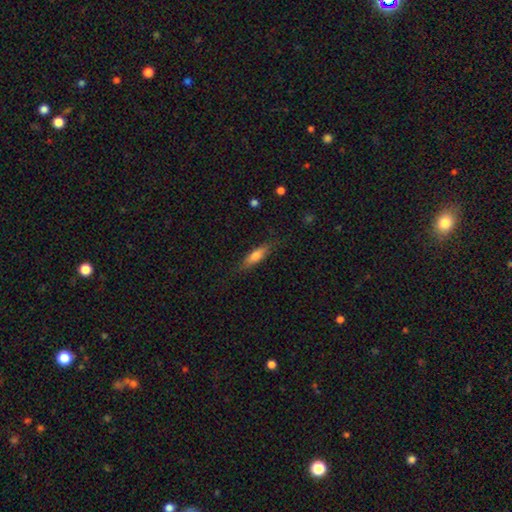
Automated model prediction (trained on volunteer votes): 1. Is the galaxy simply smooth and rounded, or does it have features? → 69% smooth, 24% featured or disk, 7% star or artifact.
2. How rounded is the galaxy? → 62% cigar-shaped, 36% in between, 2% round.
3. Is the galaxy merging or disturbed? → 80% none, 15% minor disturbance, 4% major disturbance, 1% merger.